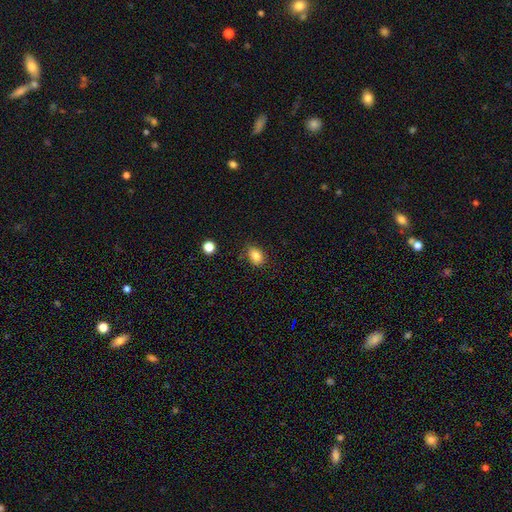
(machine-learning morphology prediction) A smooth galaxy with no disk features (83%) that is in between round and cigar-shaped (72%).

Vote fractions:
- Smooth or featured? smooth: 83% / star or artifact: 10% / featured or disk: 6%
- How rounded? in between: 72% / round: 27% / cigar-shaped: 1%
- Merging? none: 78% / minor disturbance: 17% / major disturbance: 4% / merger: 2%